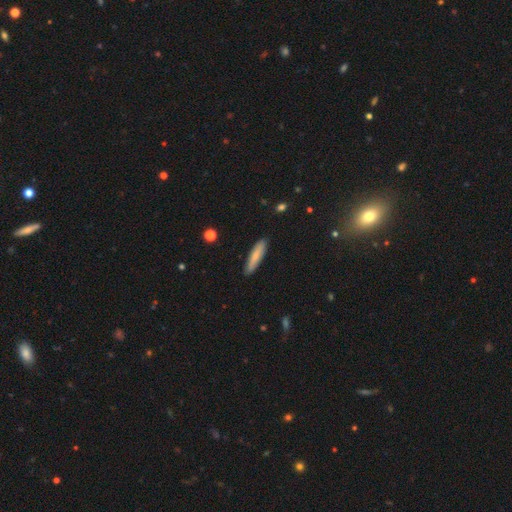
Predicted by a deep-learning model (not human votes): Smooth or featured? Predicted: smooth (p=0.78). How rounded? Predicted: cigar-shaped (p=0.82). Merging? Predicted: none (p=0.88).